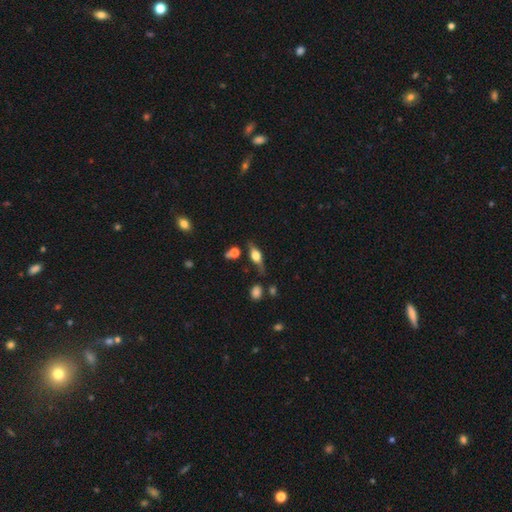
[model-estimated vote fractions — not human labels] Overall: featured or disk (53%; smooth 38%). Edge-on disk: yes (90%). Merging: none (74%).